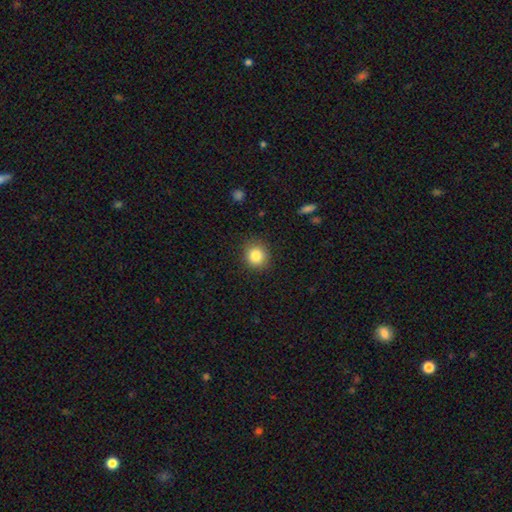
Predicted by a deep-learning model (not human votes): A smooth galaxy with no disk features (84%) that is round (83%). Merging: none (88%).